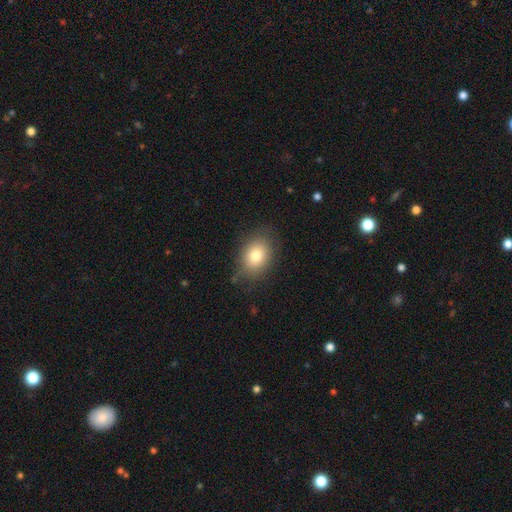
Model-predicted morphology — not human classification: A smooth galaxy with no disk features (80%) that is in between round and cigar-shaped (71%). Merging: none (80%).